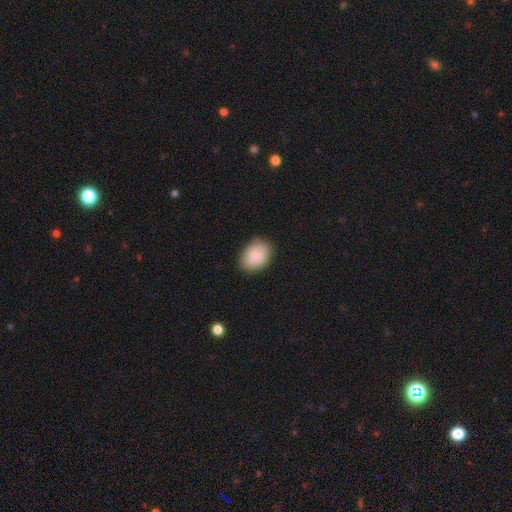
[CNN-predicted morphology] type=smooth (87%); roundness=in between (71%); merging=none (80%).